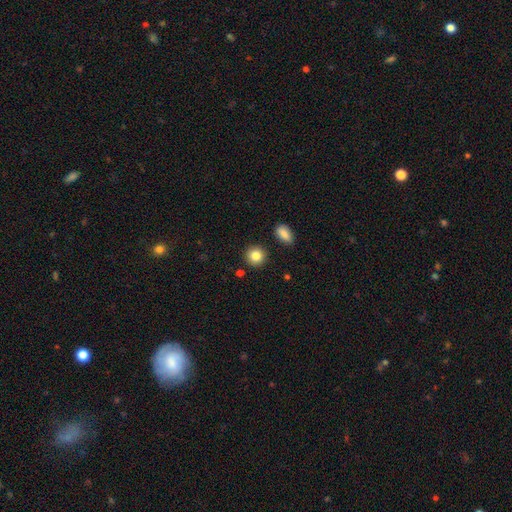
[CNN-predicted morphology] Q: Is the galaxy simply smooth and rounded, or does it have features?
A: smooth — 85%.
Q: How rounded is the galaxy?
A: round — 90%.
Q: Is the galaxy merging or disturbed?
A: none — 89%.